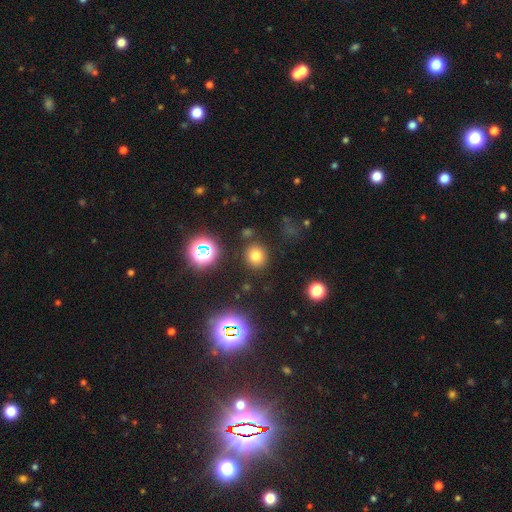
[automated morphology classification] This is likely a smooth galaxy (73%). How rounded: clearly round (84%). Merging: clearly none (85%).